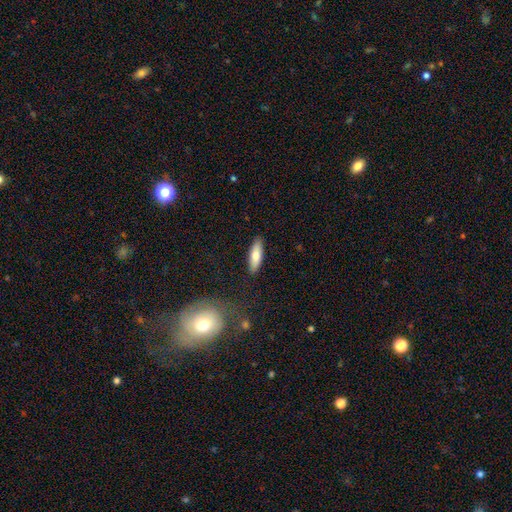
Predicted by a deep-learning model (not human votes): This appears to be a smooth galaxy with no disk features (79%) that is in between round and cigar-shaped (52%). Merging: none (87%).